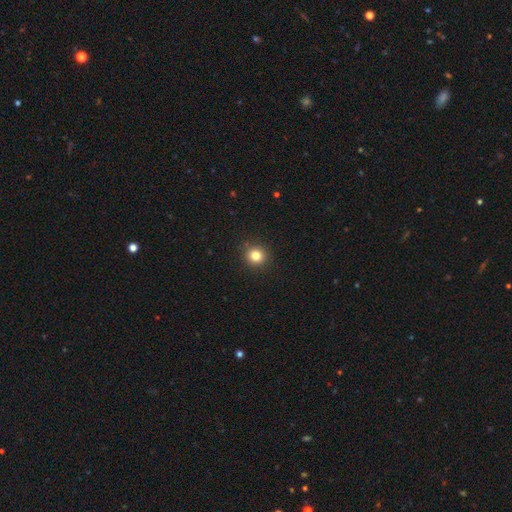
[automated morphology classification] Overall: smooth (82%). How rounded: round (92%). Merging: none (92%).